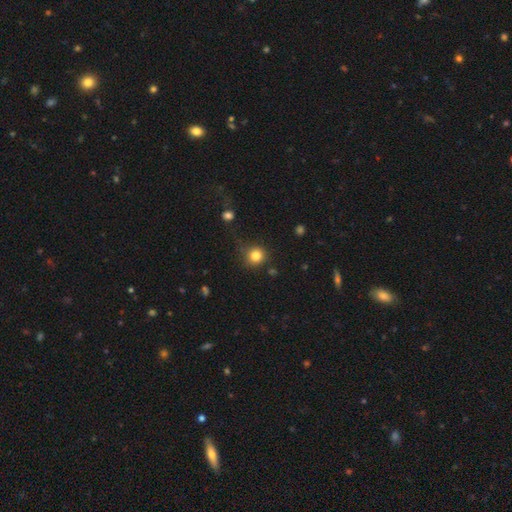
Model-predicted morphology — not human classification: A smooth galaxy with no disk features (82%) that is round (92%). Merging: none (78%).